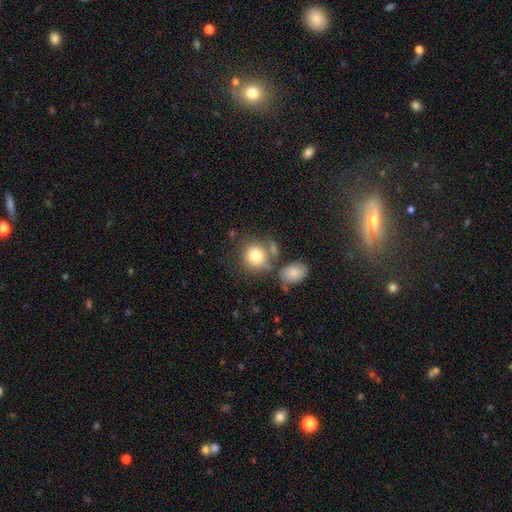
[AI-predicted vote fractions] Overall: smooth (81%). How rounded: round (82%). Merging: none (58%; merger 23%).